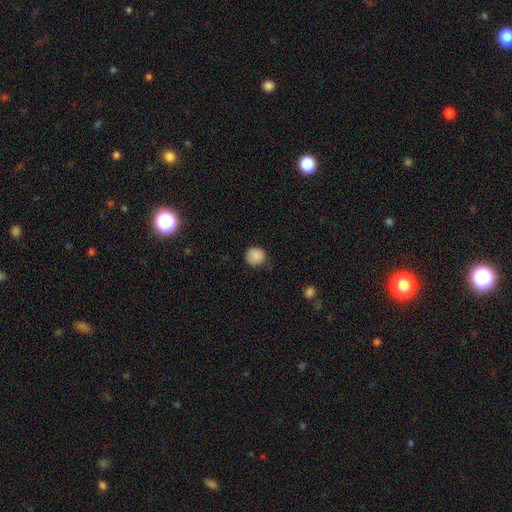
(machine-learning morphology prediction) A smooth galaxy with no disk features (87%) that is round (89%). Merging: none (82%).